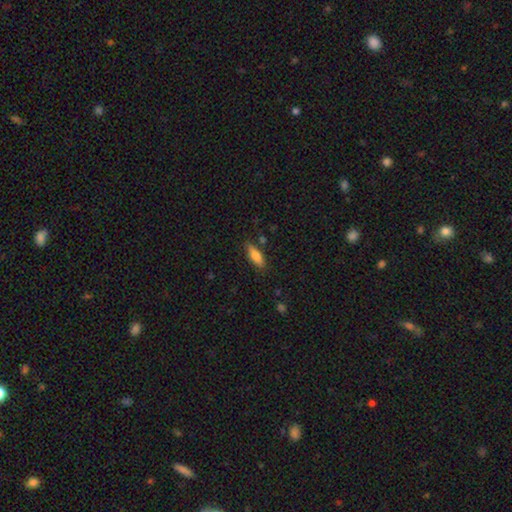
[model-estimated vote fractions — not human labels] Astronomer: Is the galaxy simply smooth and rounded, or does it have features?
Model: smooth — 76%.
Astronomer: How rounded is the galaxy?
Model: in between — 64%.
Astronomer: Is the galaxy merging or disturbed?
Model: none — 80%.